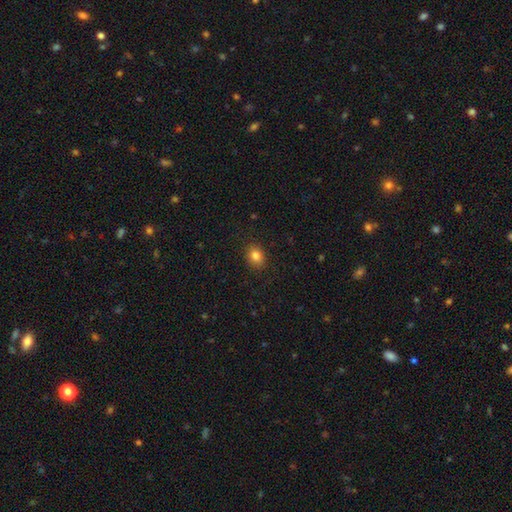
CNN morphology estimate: type=smooth (83%); roundness=round (50%); merging=none (88%).